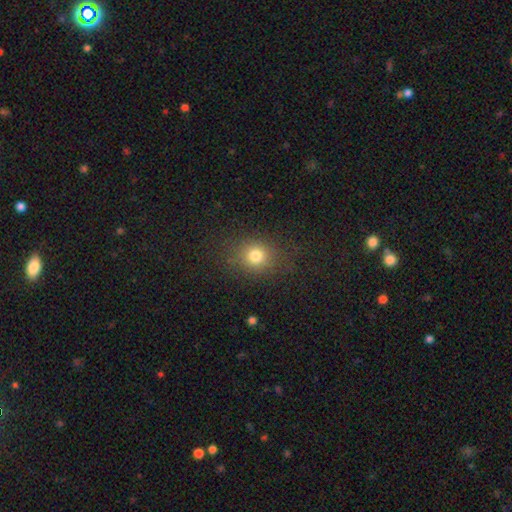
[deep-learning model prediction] Smooth or featured? smooth (77%)
How rounded? round (71%)
Merging? none (83%)